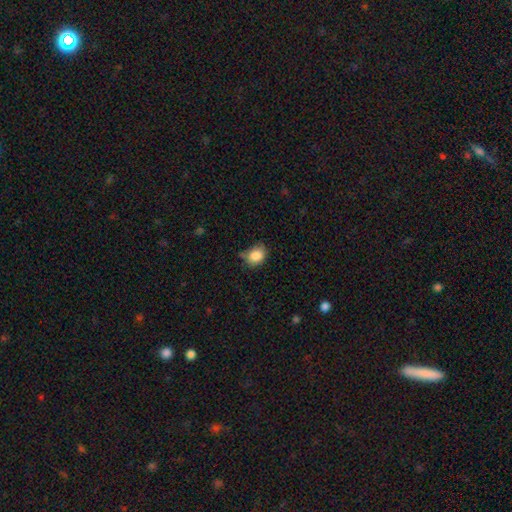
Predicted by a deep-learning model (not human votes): smooth 85%, star or artifact 9%, featured or disk 6%. Down the decision tree: how rounded — round (51%); merging — none (57%).